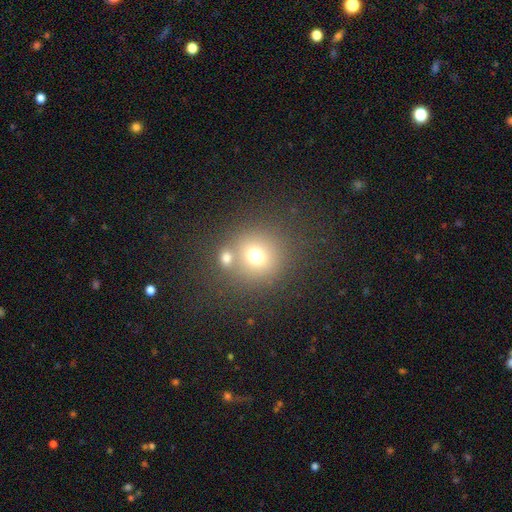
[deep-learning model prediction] Smooth or featured? smooth (71%)
How rounded? round (88%)
Merging? none (61%)